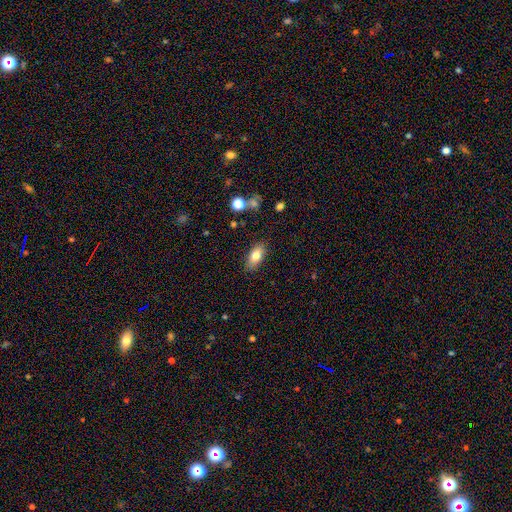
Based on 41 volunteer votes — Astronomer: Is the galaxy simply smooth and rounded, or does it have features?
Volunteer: smooth — 76%.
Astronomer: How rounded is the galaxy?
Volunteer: in between — 71%.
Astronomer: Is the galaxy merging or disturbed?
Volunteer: none — 83%.